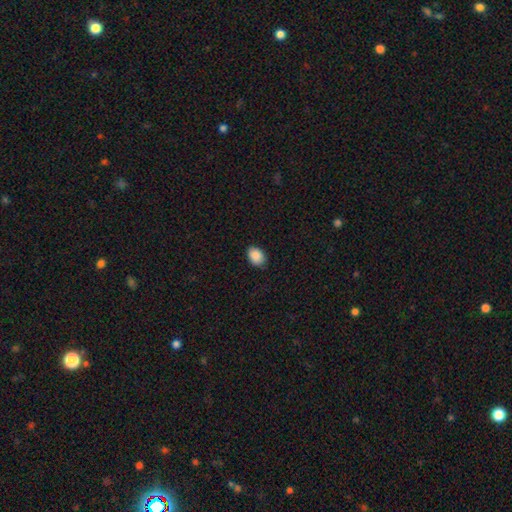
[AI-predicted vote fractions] smooth 89%, star or artifact 7%, featured or disk 3%. Down the decision tree: how rounded — in between (78%); merging — none (84%).